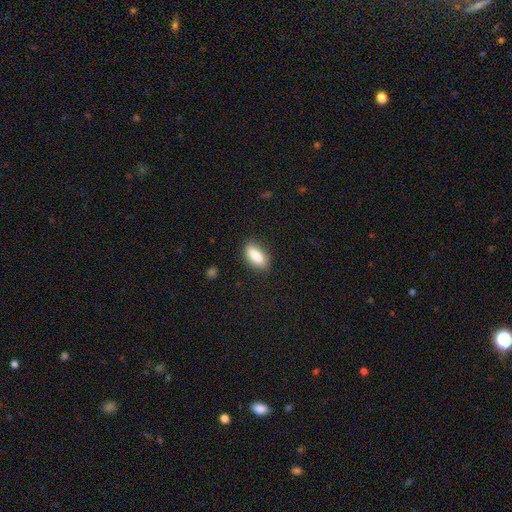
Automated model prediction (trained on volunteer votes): This is clearly a smooth galaxy (85%). How rounded: clearly in between (83%). Merging: clearly none (86%).